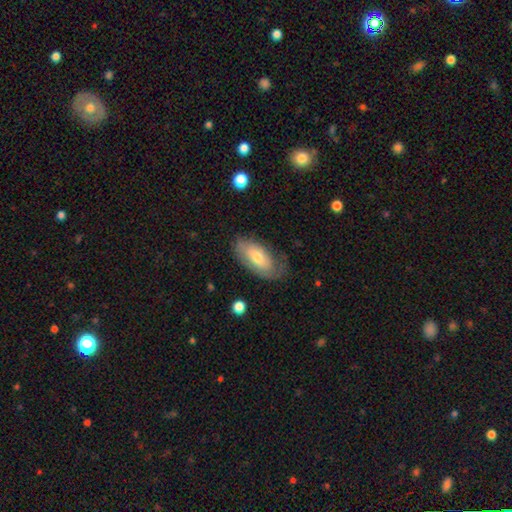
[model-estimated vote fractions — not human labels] Smooth or featured? featured or disk (49%)
Merging? none (68%)